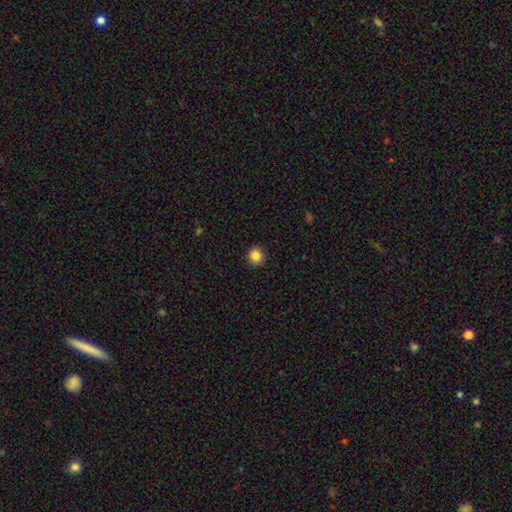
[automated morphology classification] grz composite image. It shows a smooth galaxy with no disk features (86%) that is round (90%). Merging: none (92%).